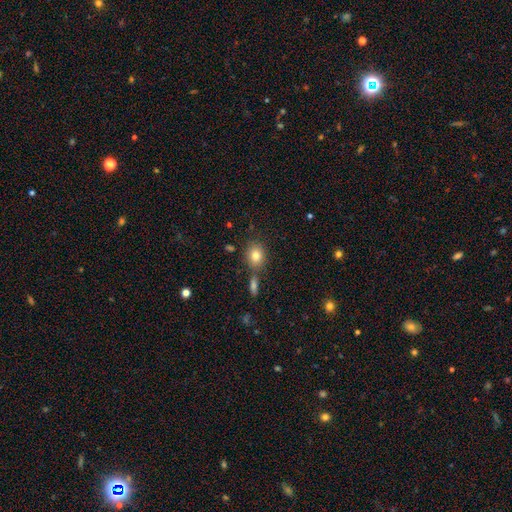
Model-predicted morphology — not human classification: Smooth or featured: smooth — 80% (star or artifact — 10%)
How rounded: round — 53% (in between — 46%)
Merging: none — 73% (merger — 13%)